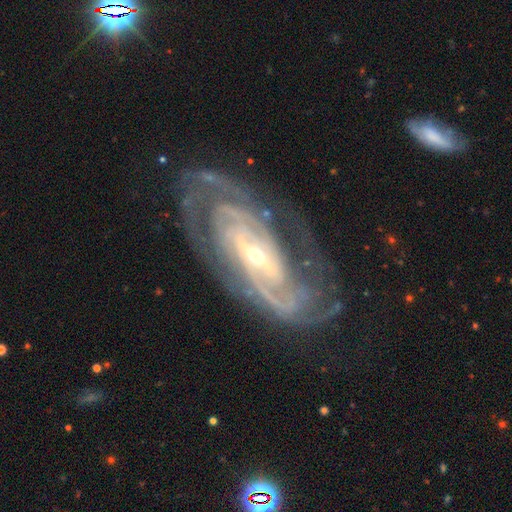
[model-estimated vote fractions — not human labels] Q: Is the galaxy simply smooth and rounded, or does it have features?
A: featured or disk — 90%.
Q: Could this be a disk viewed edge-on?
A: no — 93%.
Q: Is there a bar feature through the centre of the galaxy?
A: strong — 34%.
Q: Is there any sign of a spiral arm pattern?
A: yes — 96%.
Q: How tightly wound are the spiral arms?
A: tight — 69%.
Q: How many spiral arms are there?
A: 2 — 30%.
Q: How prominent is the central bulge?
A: small — 67%.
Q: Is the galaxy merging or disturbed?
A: none — 72%.